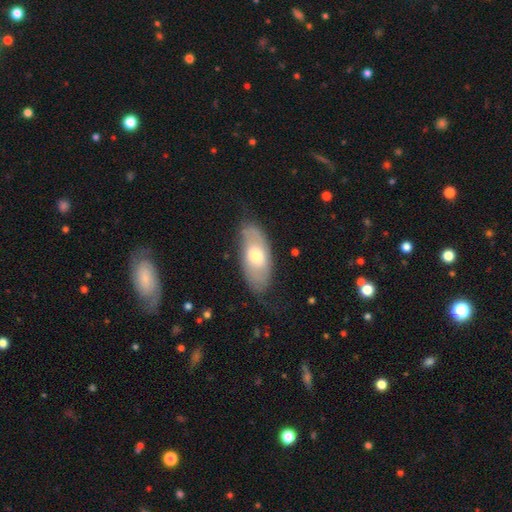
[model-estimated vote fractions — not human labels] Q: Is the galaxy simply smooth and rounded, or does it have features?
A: smooth — 53%.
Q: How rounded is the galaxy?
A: in between — 88%.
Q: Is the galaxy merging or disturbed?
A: none — 66%.